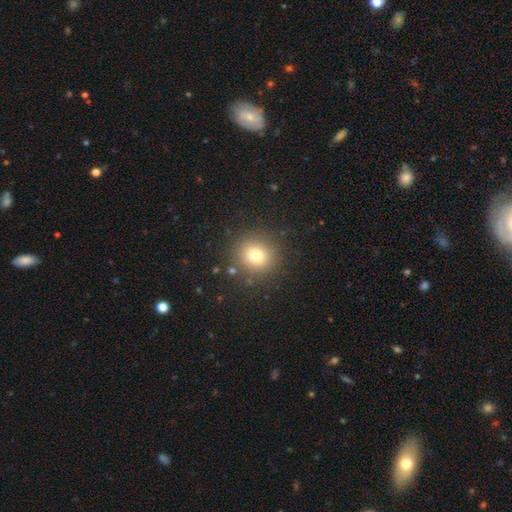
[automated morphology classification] Smooth or featured? smooth (76%)
How rounded? round (89%)
Merging? none (87%)